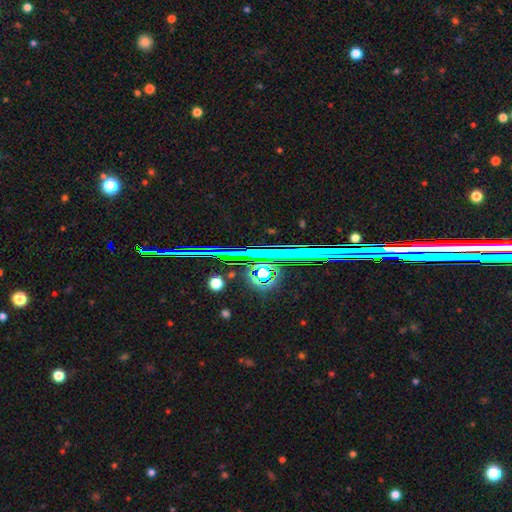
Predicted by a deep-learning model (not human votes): This appears to be a star or artifact, not a galaxy (69%).